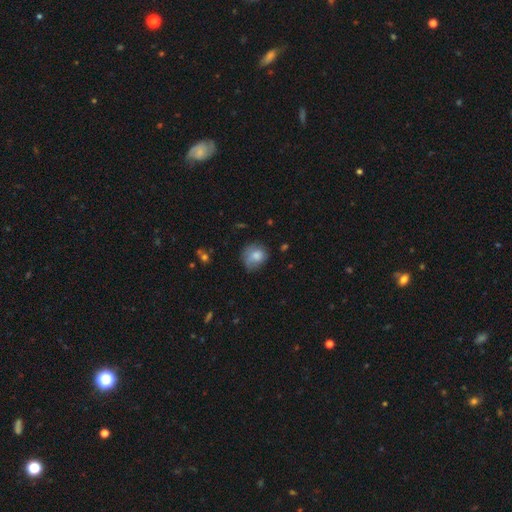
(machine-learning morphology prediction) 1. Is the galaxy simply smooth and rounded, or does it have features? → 78% smooth, 14% featured or disk, 9% star or artifact.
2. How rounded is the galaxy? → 74% round, 25% in between, 1% cigar-shaped.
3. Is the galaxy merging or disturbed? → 57% none, 30% minor disturbance, 10% major disturbance, 2% merger.